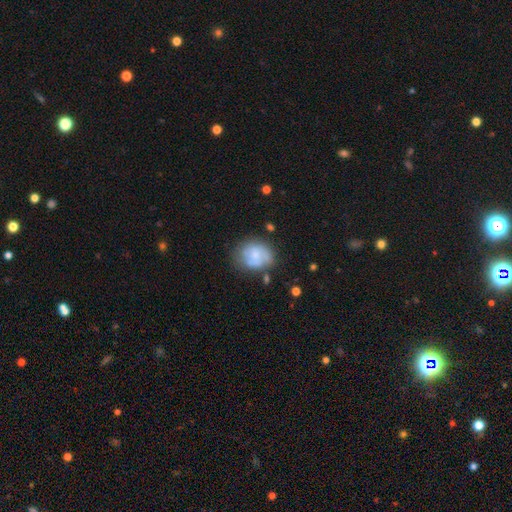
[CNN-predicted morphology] A smooth galaxy with no disk features (58%) that is round (60%). Merging: none (57%).